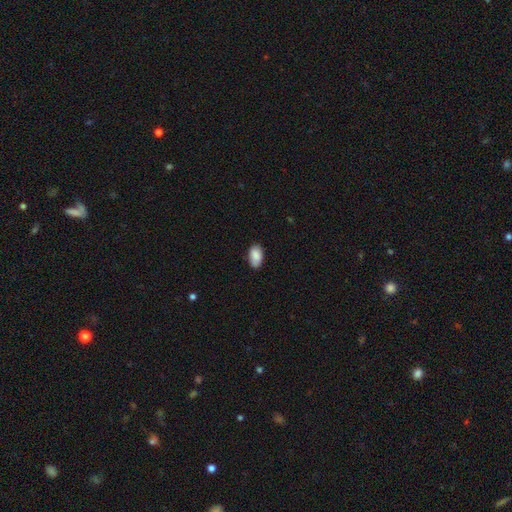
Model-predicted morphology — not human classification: Smooth or featured: smooth — 87% (featured or disk — 7%)
How rounded: in between — 94% (round — 4%)
Merging: none — 77% (minor disturbance — 19%)